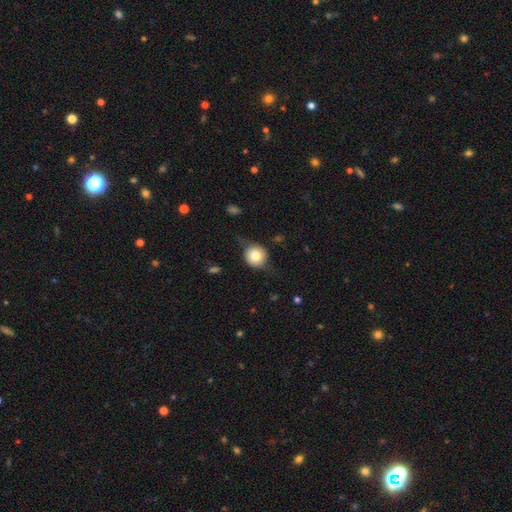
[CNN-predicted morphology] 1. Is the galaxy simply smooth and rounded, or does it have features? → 70% smooth, 21% featured or disk, 9% star or artifact.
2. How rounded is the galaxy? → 89% round, 10% in between, 1% cigar-shaped.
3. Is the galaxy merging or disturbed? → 63% none, 24% minor disturbance, 11% major disturbance, 2% merger.